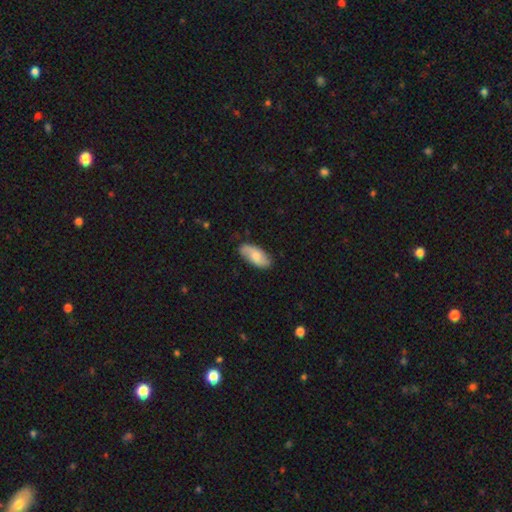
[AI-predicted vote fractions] A smooth galaxy with no disk features (60%) that is in between round and cigar-shaped (89%). Merging: none (80%).